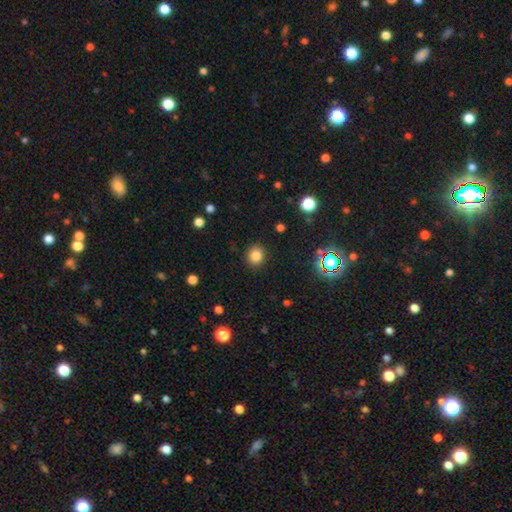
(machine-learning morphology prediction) The model was most divided on "smooth or featured": smooth: 82%, star or artifact: 14%, featured or disk: 5%. More confident: merging — none (90%); how rounded — round (87%).